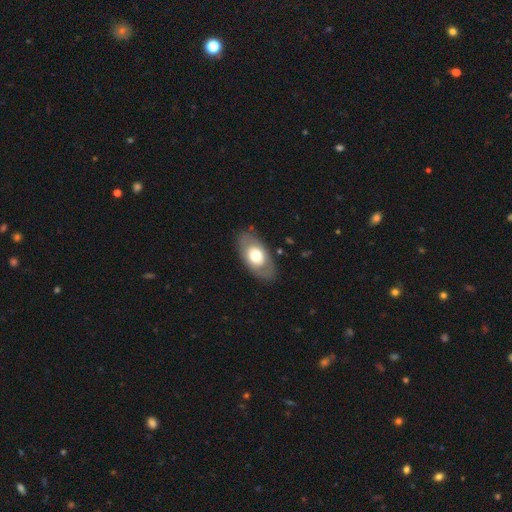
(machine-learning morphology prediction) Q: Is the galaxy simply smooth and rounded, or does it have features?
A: smooth — 56%.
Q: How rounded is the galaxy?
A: in between — 90%.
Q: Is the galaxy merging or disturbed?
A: none — 82%.